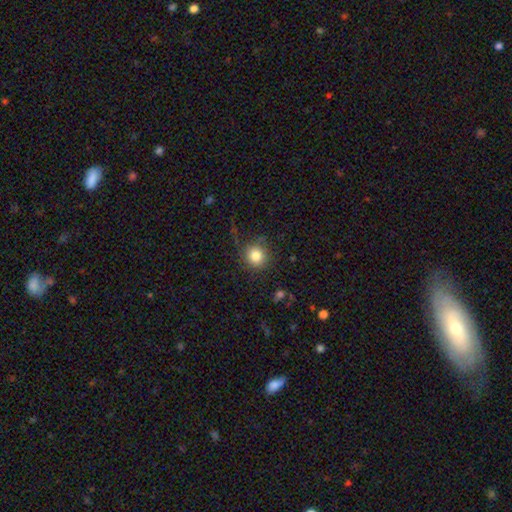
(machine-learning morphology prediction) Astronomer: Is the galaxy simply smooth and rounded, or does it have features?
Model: smooth — 83%.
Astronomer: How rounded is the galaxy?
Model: round — 92%.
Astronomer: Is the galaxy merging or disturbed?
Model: none — 83%.